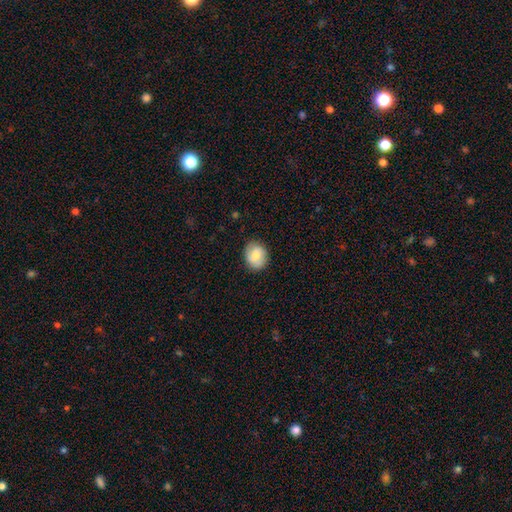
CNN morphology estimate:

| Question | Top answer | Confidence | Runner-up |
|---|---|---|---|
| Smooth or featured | smooth | 73% | featured or disk (20%) |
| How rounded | round | 55% | in between (44%) |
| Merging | none | 83% | minor disturbance (13%) |